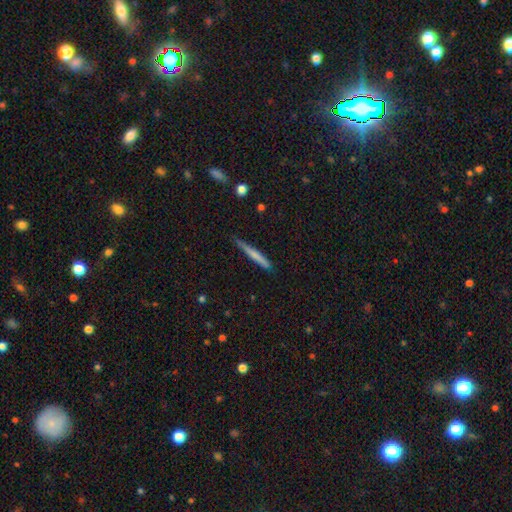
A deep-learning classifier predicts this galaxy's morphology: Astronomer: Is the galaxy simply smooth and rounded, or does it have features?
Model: smooth — 63%.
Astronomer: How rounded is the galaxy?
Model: cigar-shaped — 96%.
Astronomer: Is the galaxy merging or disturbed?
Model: none — 80%.